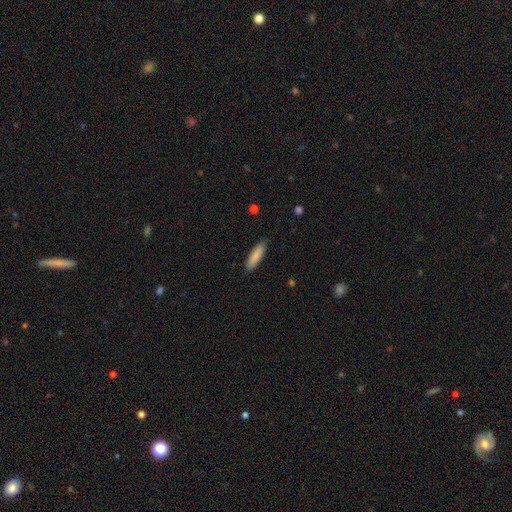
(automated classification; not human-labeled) Smooth or featured?
  - smooth: 87% *
  - featured or disk: 7%
  - star or artifact: 6%
How rounded?
  - cigar-shaped: 63% *
  - in between: 36%
  - round: 1%
Merging?
  - none: 87% *
  - minor disturbance: 10%
  - major disturbance: 2%
  - merger: 1%